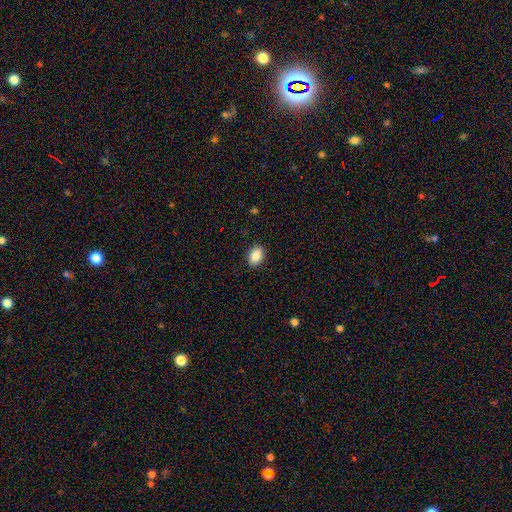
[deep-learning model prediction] smooth_or_featured: smooth (p=0.88) [alt: star or artifact p=0.08]
how_rounded: in between (p=0.74) [alt: round p=0.25]
merging: none (p=0.89) [alt: minor disturbance p=0.08]